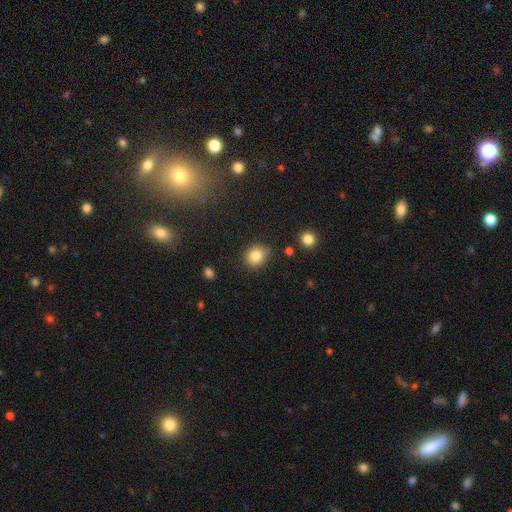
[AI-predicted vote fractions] This is clearly a smooth galaxy (83%). How rounded: likely round (66%). Merging: likely none (79%).